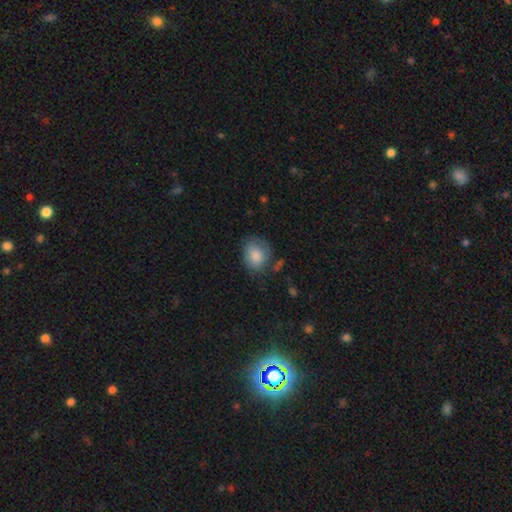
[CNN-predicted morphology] Overall: smooth (83%). How rounded: round (62%; in between 37%). Merging: none (62%; minor disturbance 26%).